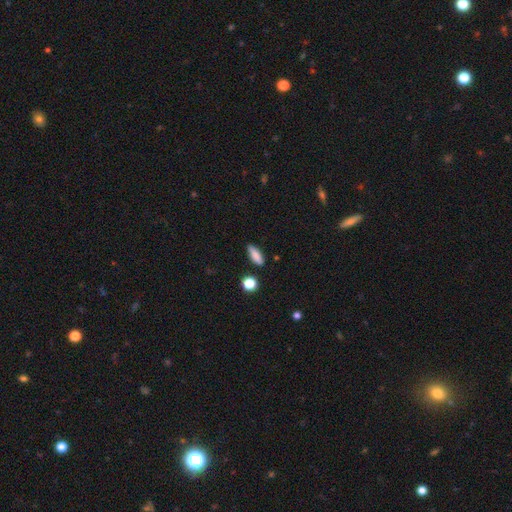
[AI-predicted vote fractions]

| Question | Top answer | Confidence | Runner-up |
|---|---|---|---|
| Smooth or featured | smooth | 85% | star or artifact (8%) |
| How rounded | in between | 57% | cigar-shaped (39%) |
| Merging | none | 86% | minor disturbance (10%) |